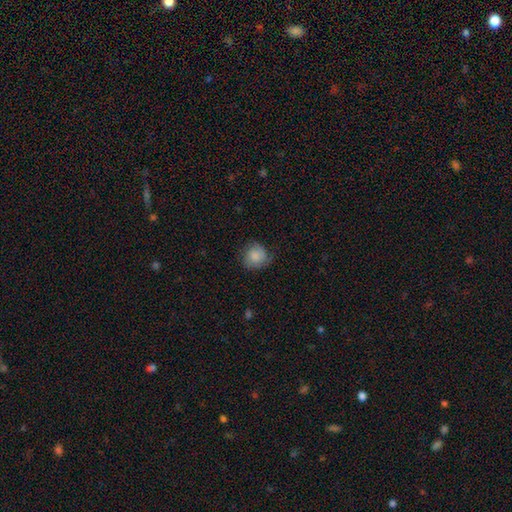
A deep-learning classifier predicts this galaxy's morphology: smooth_or_featured: smooth (p=0.64) [alt: featured or disk p=0.28]
how_rounded: round (p=0.81) [alt: in between p=0.18]
merging: none (p=0.67) [alt: minor disturbance p=0.24]